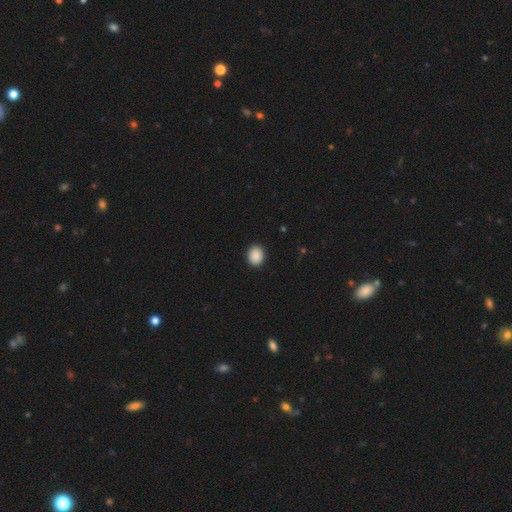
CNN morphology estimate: Overall: smooth (90%). How rounded: round (55%; in between 44%). Merging: none (91%).